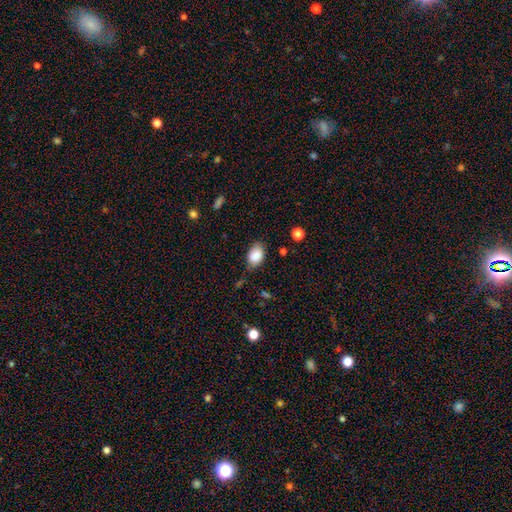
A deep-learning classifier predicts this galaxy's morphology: smooth-or-featured: smooth: 86% | star or artifact: 8% | featured or disk: 6%
  how-rounded: in between: 86% | round: 13% | cigar-shaped: 1%
  merging: none: 70% | minor disturbance: 23% | major disturbance: 5% | merger: 2%